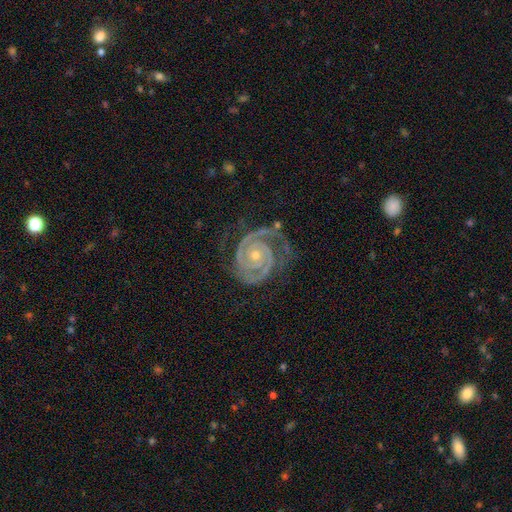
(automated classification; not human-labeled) A featured or disk galaxy (93%) with no bar (76%), 2 (80%) tight (79%) spiral arms (99%) and a small central bulge (63%).

Vote fractions:
- Smooth or featured? featured or disk: 93% / star or artifact: 4% / smooth: 3%
- Edge-on disk? no: 98% / yes: 2%
- Bar? no: 76% / weak: 16% / strong: 8%
- Spiral arms? yes: 99% / no: 1%
- Spiral winding? tight: 79% / medium: 19% / loose: 3%
- Spiral arm count? 2: 80% / 3: 8% / can't tell: 4% / 1: 3% / 4: 2% / more than 4: 2%
- Bulge size? small: 63% / moderate: 34% / large: 1% / none: 1% / dominant: 1%
- Merging? none: 67% / minor disturbance: 20% / major disturbance: 12% / merger: 2%